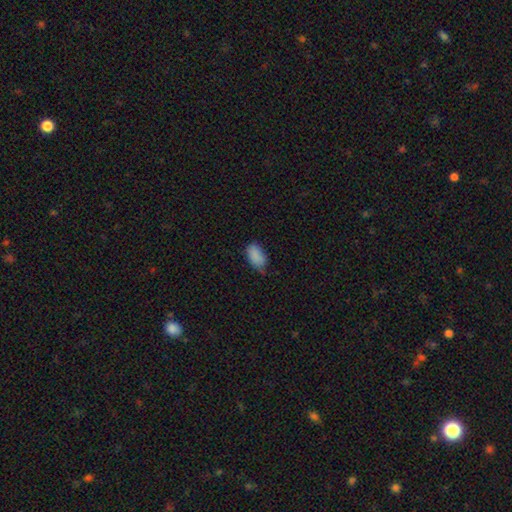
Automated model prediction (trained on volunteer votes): Smooth or featured: smooth — 87% (star or artifact — 8%)
How rounded: in between — 93% (round — 5%)
Merging: none — 52% (minor disturbance — 39%)